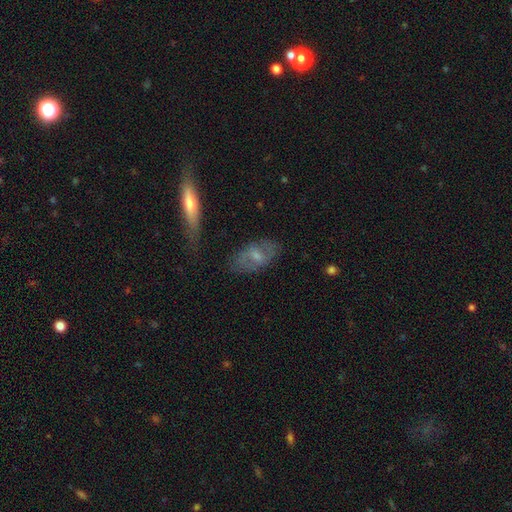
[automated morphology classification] A featured or disk galaxy (49%). Merging: none (72%).